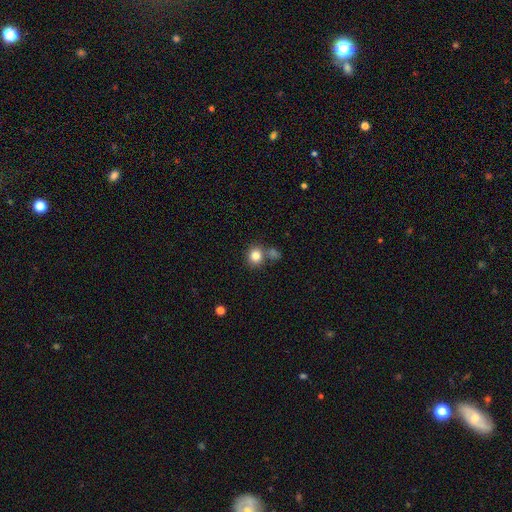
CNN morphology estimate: Smooth or featured? Predicted: smooth (p=0.83). How rounded? Predicted: round (p=0.81). Merging? Predicted: none (p=0.66).